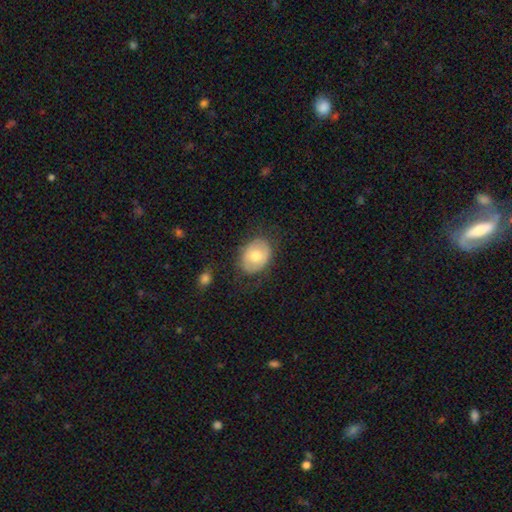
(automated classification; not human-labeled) Smooth or featured? Predicted: smooth (p=0.63). How rounded? Predicted: in between (p=0.65). Merging? Predicted: none (p=0.77).